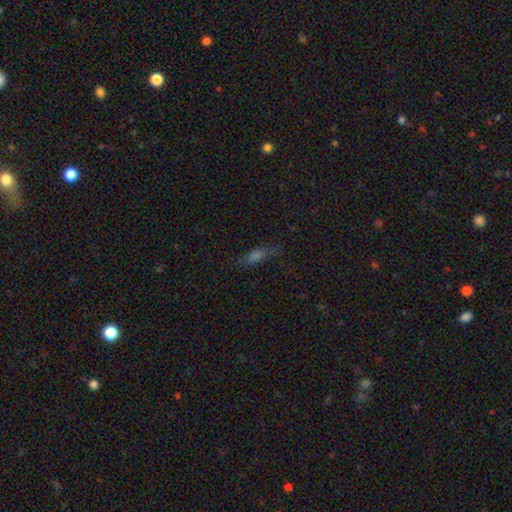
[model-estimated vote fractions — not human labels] smooth-or-featured: smooth: 49% | featured or disk: 29% | star or artifact: 23%
  merging: none: 66% | minor disturbance: 22% | major disturbance: 10% | merger: 2%